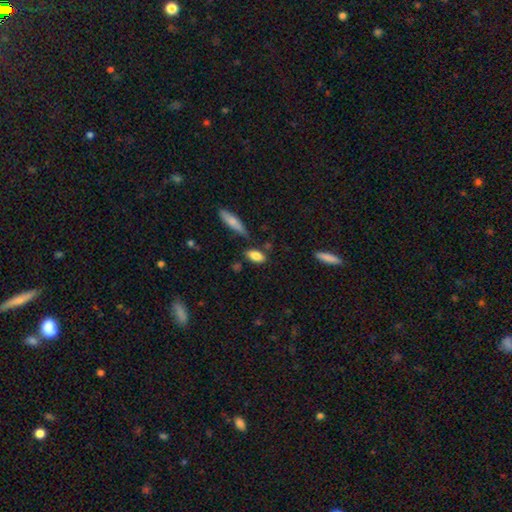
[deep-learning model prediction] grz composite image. It shows a smooth galaxy with no disk features (84%) that is in between round and cigar-shaped (85%). Merging: none (72%).